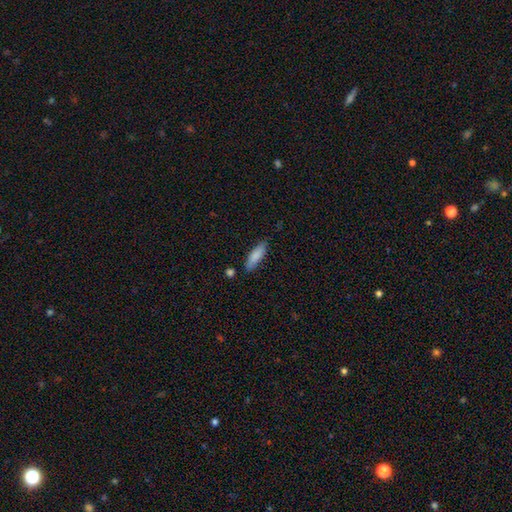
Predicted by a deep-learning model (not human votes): smooth-or-featured: smooth: 85% | featured or disk: 10% | star or artifact: 6%
  how-rounded: cigar-shaped: 56% | in between: 43% | round: 2%
  merging: none: 80% | minor disturbance: 14% | merger: 3% | major disturbance: 3%